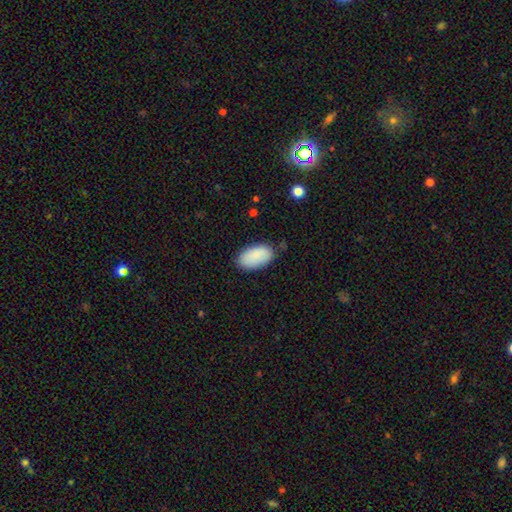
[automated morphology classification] smooth-or-featured: smooth: 89% | star or artifact: 6% | featured or disk: 5%
  how-rounded: in between: 96% | round: 2% | cigar-shaped: 2%
  merging: none: 82% | minor disturbance: 14% | major disturbance: 3% | merger: 1%